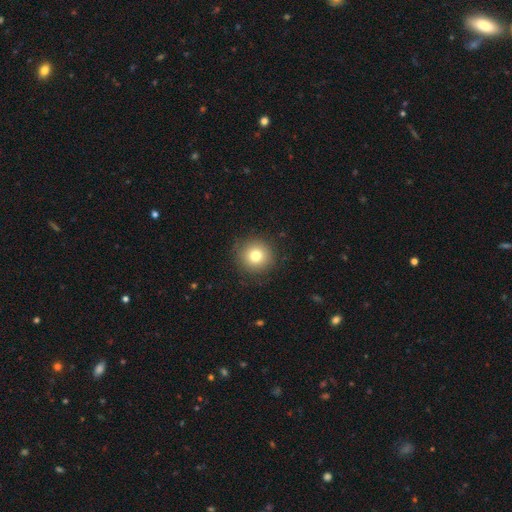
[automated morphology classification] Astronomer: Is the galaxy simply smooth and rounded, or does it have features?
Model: smooth — 77%.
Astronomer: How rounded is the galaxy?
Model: round — 94%.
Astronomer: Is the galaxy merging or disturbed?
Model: none — 89%.